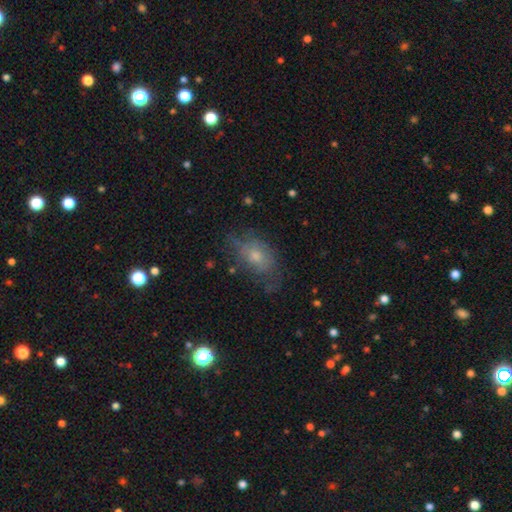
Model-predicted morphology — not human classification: Smooth or featured? smooth (51%)
How rounded? in between (83%)
Merging? none (54%)